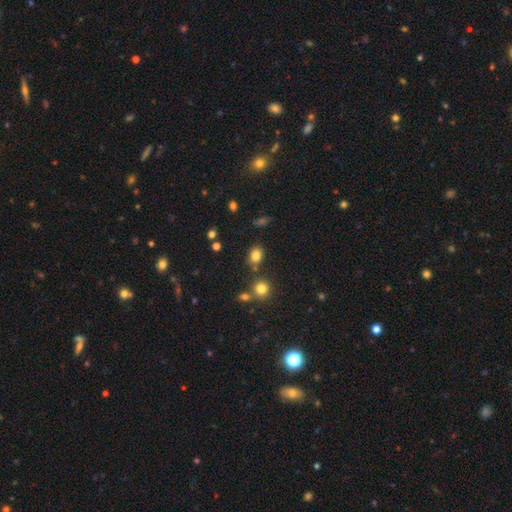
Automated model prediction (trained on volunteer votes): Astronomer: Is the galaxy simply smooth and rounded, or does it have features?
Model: smooth — 80%.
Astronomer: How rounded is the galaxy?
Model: round — 51% (runner-up: in between, 48%).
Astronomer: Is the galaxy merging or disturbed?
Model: none — 75%.